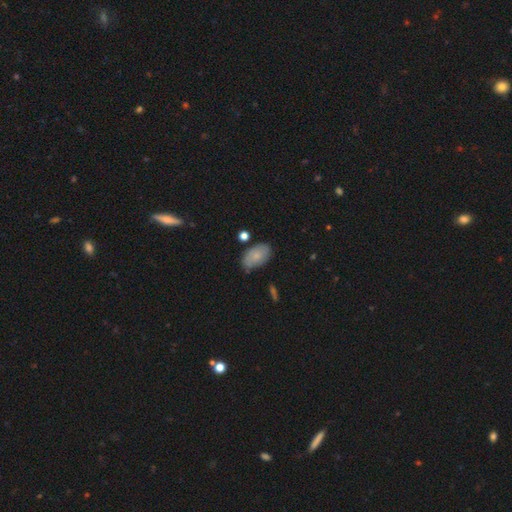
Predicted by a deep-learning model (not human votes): A smooth galaxy with no disk features (76%) that is in between round and cigar-shaped (93%).

Vote fractions:
- Smooth or featured? smooth: 76% / featured or disk: 17% / star or artifact: 7%
- How rounded? in between: 93% / round: 6% / cigar-shaped: 2%
- Merging? none: 72% / minor disturbance: 19% / merger: 4% / major disturbance: 4%